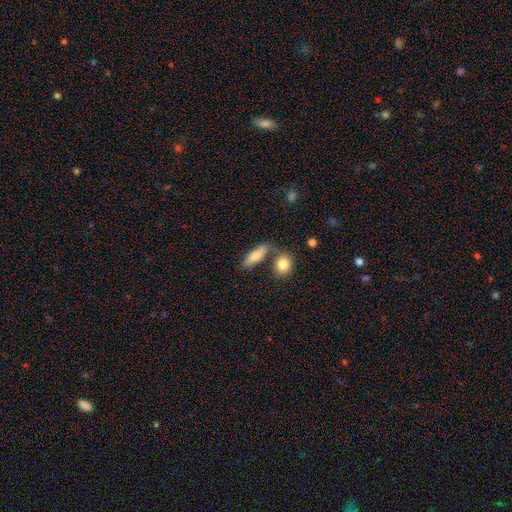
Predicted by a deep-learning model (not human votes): smooth_or_featured: smooth (p=0.76) [alt: featured or disk p=0.17]
how_rounded: in between (p=0.64) [alt: cigar-shaped p=0.31]
merging: none (p=0.54) [alt: merger p=0.25]